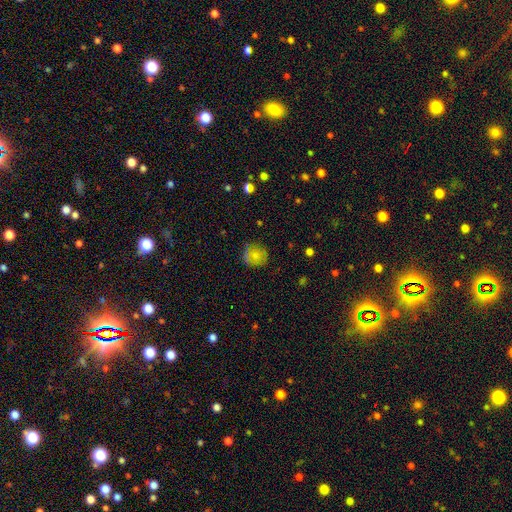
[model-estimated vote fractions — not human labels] Overall: smooth (68%). How rounded: round (86%). Merging: none (70%).